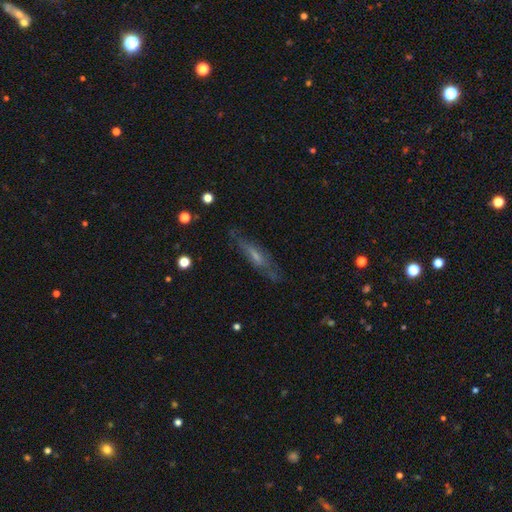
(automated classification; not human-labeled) A featured or disk galaxy (57%) viewed edge-on (57%). Merging: none (74%).